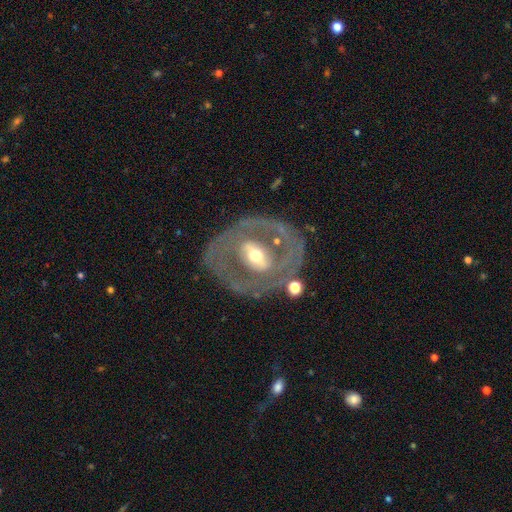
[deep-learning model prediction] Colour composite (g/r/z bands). It shows a featured or disk galaxy (75%) with a strong bar (40%), no spiral arms (62%) and a moderate central bulge (62%). Merging: none (68%).